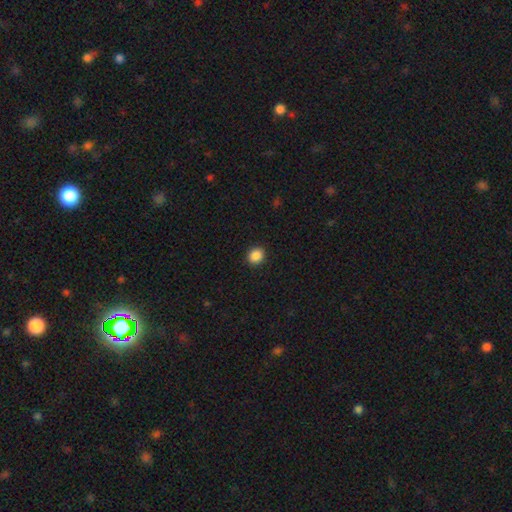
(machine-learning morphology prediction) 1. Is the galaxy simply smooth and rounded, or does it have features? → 88% smooth, 10% star or artifact, 3% featured or disk.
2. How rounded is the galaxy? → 75% round, 24% in between, 1% cigar-shaped.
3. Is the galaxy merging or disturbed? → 92% none, 5% minor disturbance, 2% major disturbance, 1% merger.